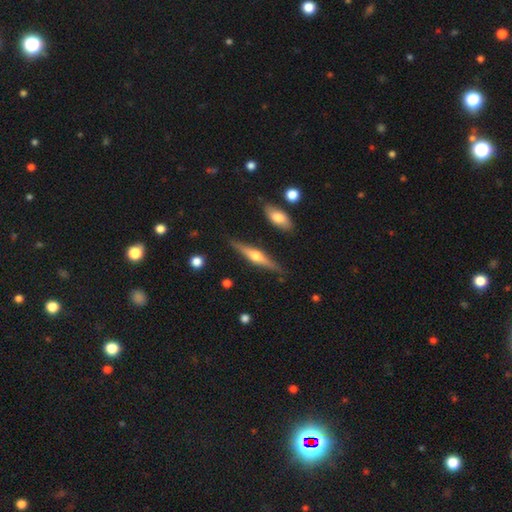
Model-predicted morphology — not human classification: Smooth or featured?
  - featured or disk: 67% *
  - smooth: 27%
  - star or artifact: 6%
Edge-on disk?
  - yes: 96% *
  - no: 4%
Edge-on bulge?
  - rounded: 93% *
  - boxy: 4%
  - none: 3%
Merging?
  - none: 85% *
  - minor disturbance: 10%
  - merger: 3%
  - major disturbance: 2%